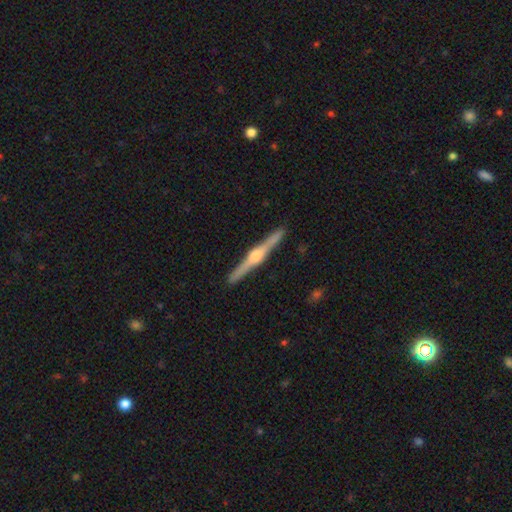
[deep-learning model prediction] featured or disk 85%, smooth 11%, star or artifact 5%. Down the decision tree: edge-on disk — yes (99%); edge-on bulge — rounded (92%); merging — none (92%).